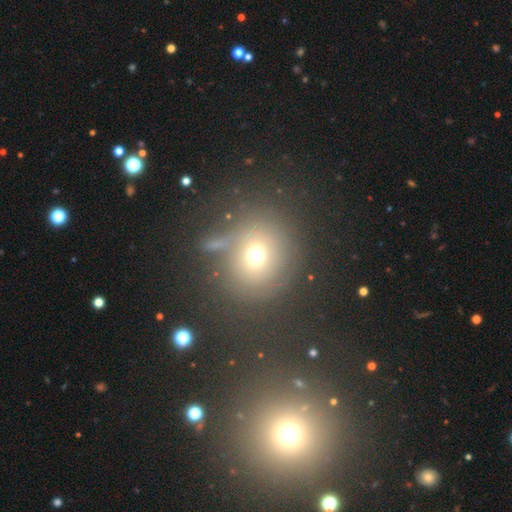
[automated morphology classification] Smooth or featured? Predicted: smooth (p=0.66). How rounded? Predicted: round (p=0.87). Merging? Predicted: none (p=0.72).